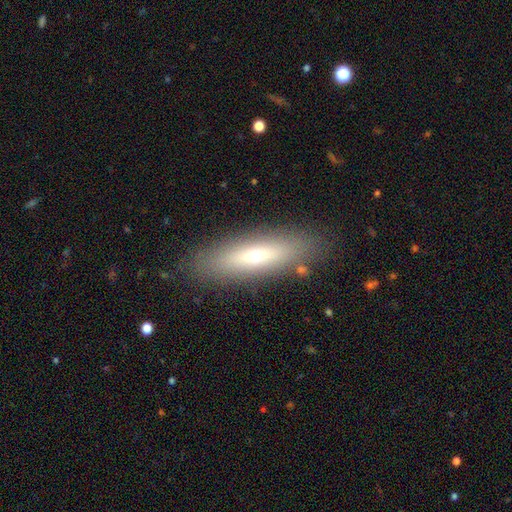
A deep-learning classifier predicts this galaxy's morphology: This is possibly a smooth galaxy (56%). How rounded: likely cigar-shaped (63%). Merging: clearly none (86%).